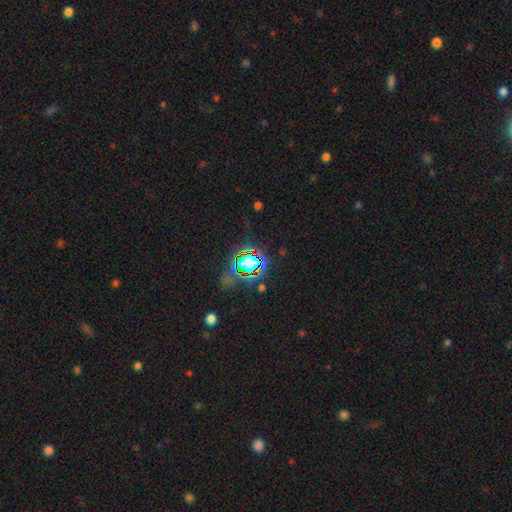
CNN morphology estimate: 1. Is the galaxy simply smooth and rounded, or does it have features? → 69% star or artifact, 20% smooth, 11% featured or disk.